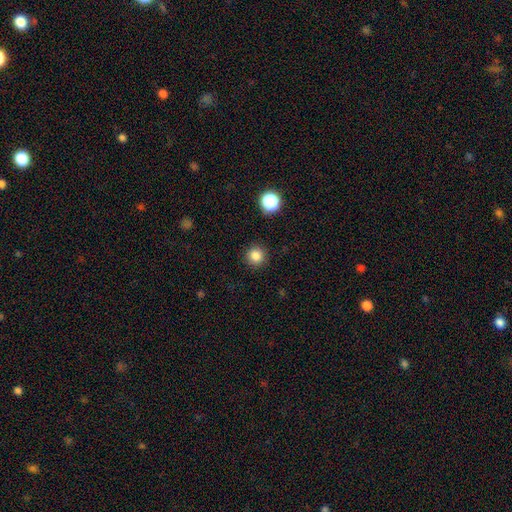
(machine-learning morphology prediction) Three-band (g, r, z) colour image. It shows a smooth galaxy with no disk features (83%) that is round (95%). Merging: none (91%).